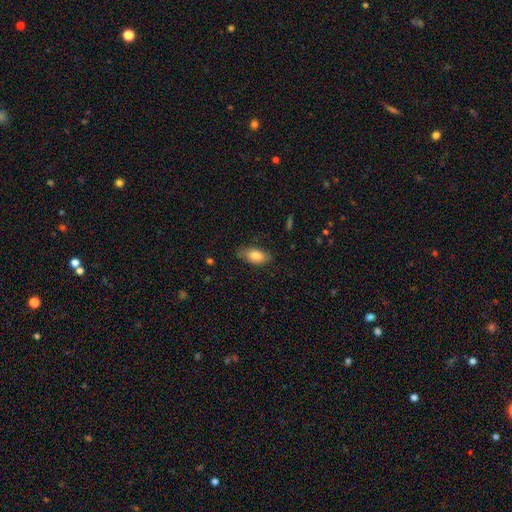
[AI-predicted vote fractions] A smooth galaxy with no disk features (82%) that is in between round and cigar-shaped (90%).

Vote fractions:
- Smooth or featured? smooth: 82% / featured or disk: 12% / star or artifact: 7%
- How rounded? in between: 90% / cigar-shaped: 6% / round: 4%
- Merging? none: 76% / minor disturbance: 19% / major disturbance: 4% / merger: 1%